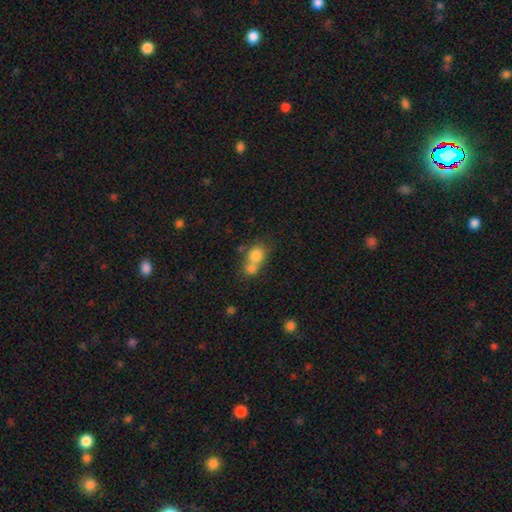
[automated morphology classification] smooth-or-featured: smooth: 77% | featured or disk: 13% | star or artifact: 10%
  how-rounded: round: 65% | in between: 33% | cigar-shaped: 1%
  merging: merger: 60% | none: 30% | minor disturbance: 7% | major disturbance: 4%